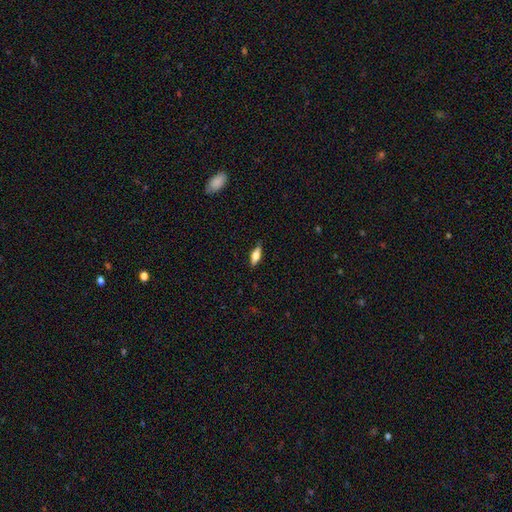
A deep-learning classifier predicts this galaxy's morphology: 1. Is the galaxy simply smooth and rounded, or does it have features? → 56% smooth, 37% featured or disk, 7% star or artifact.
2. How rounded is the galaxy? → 65% in between, 32% cigar-shaped, 3% round.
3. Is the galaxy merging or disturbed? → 85% none, 11% minor disturbance, 2% major disturbance, 1% merger.